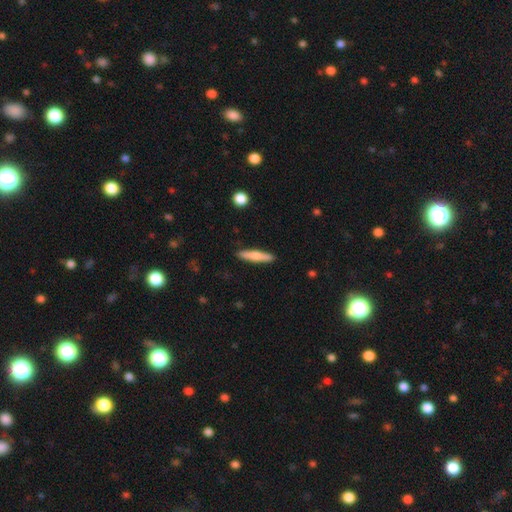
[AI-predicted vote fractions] A smooth galaxy with no disk features (65%) that is cigar-shaped (88%).

Vote fractions:
- Smooth or featured? smooth: 65% / featured or disk: 29% / star or artifact: 6%
- How rounded? cigar-shaped: 88% / in between: 11% / round: 2%
- Merging? none: 89% / minor disturbance: 8% / major disturbance: 2% / merger: 1%